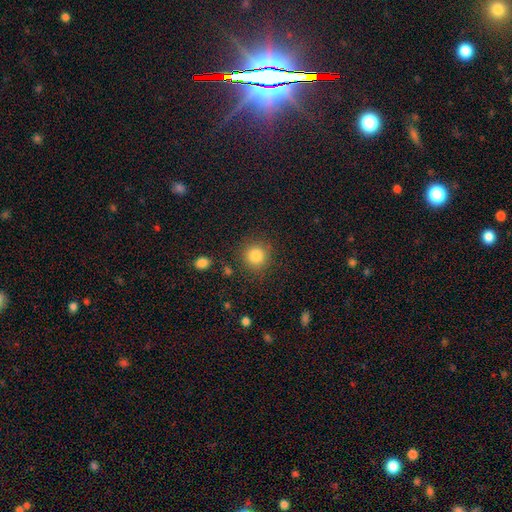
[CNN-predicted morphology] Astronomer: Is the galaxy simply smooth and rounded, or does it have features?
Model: smooth — 84%.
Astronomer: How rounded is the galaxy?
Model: round — 92%.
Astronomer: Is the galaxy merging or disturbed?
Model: none — 86%.